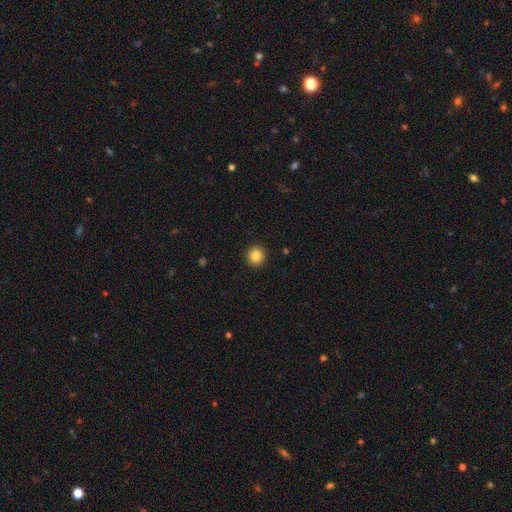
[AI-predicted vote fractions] smooth_or_featured: smooth (p=0.86) [alt: star or artifact p=0.10]
how_rounded: round (p=0.94) [alt: in between p=0.05]
merging: none (p=0.92) [alt: minor disturbance p=0.05]